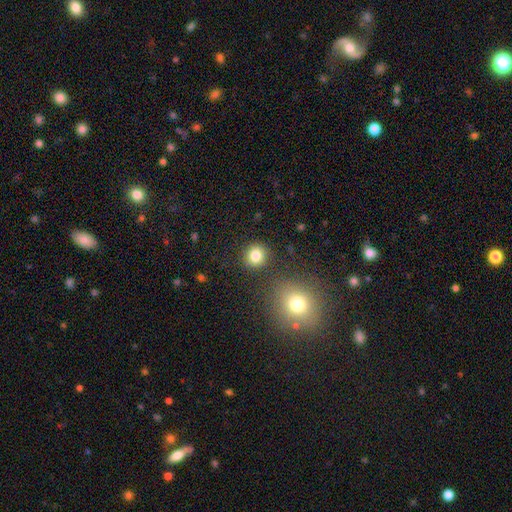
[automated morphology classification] Smooth or featured? smooth (82%)
How rounded? round (88%)
Merging? none (86%)